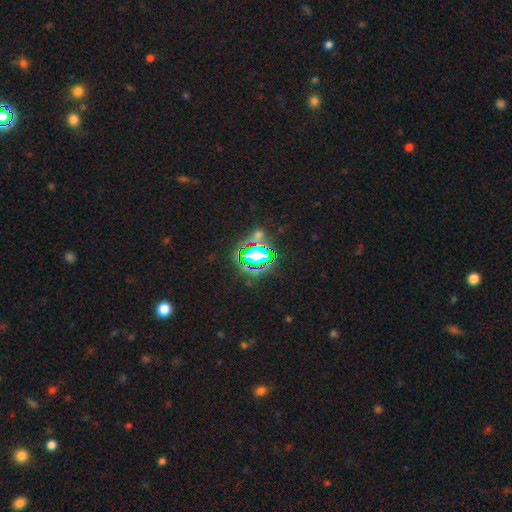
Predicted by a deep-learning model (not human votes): Morphology: type=star or artifact (78%).